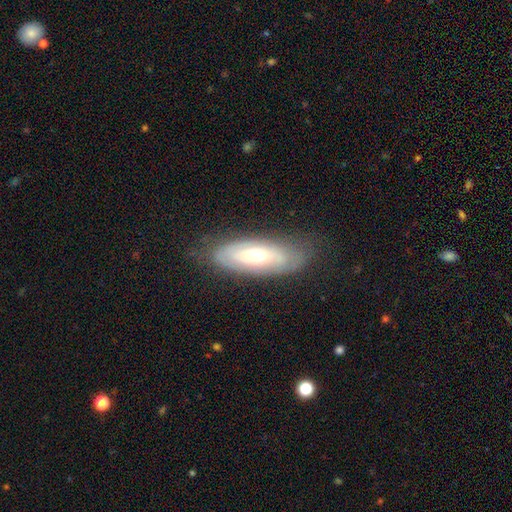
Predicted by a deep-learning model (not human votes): Q: Smooth or featured?
A: featured or disk (51%); runner-up: smooth (42%)
Q: Edge-on disk?
A: no (75%); runner-up: yes (25%)
Q: Merging?
A: none (75%); runner-up: minor disturbance (18%)